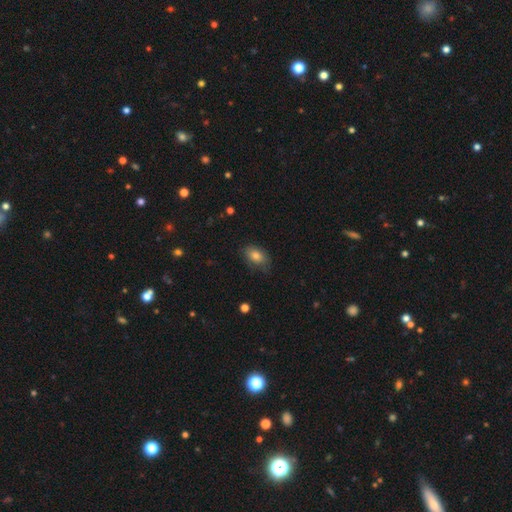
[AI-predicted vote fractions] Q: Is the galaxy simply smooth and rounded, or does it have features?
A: smooth — 81%.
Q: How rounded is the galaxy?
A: in between — 87%.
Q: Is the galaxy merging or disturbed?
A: none — 68%.